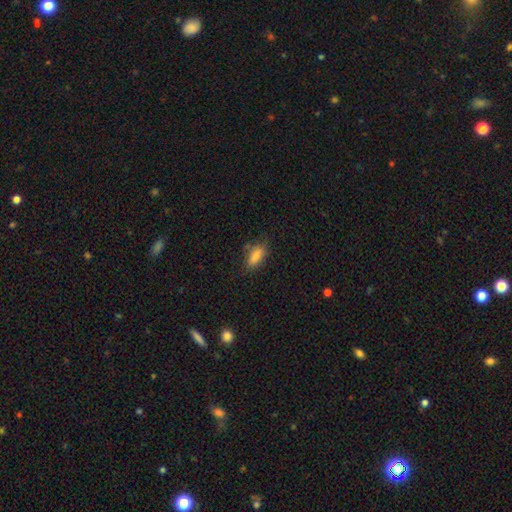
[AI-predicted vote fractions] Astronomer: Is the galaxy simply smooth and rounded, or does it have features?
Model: smooth — 80%.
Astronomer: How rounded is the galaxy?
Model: in between — 83%.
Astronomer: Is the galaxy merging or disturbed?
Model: none — 70%.